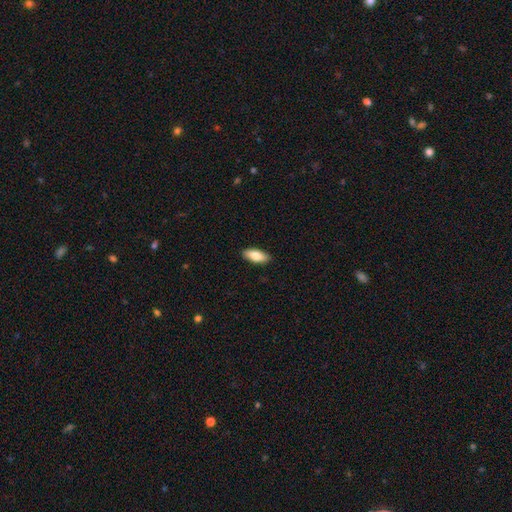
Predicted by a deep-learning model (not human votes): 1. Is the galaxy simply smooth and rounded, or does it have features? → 80% smooth, 14% featured or disk, 6% star or artifact.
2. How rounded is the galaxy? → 82% in between, 16% cigar-shaped, 2% round.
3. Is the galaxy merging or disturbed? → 90% none, 8% minor disturbance, 2% major disturbance, 1% merger.